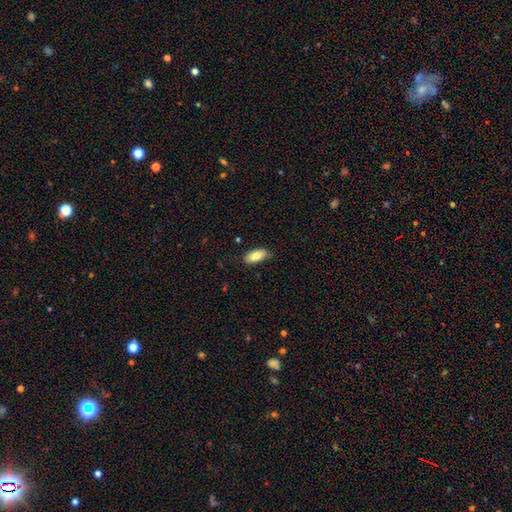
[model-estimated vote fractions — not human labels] smooth 82%, featured or disk 11%, star or artifact 7%. Down the decision tree: how rounded — in between (90%); merging — none (79%).